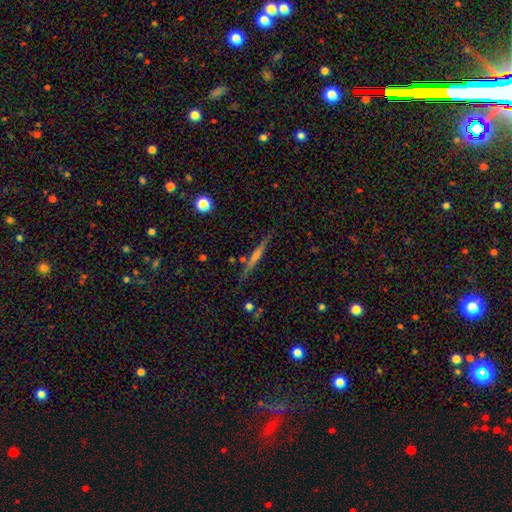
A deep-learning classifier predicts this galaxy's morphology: Smooth or featured? featured or disk (55%)
Edge-on disk? yes (97%)
Edge-on bulge? none (58%)
Merging? none (85%)